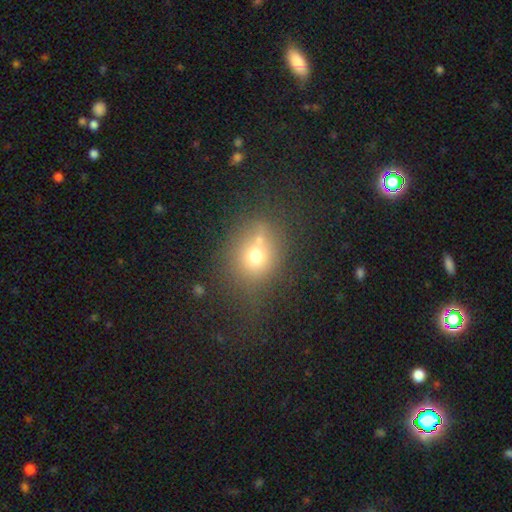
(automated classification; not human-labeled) smooth_or_featured: smooth (p=0.66) [alt: featured or disk p=0.18]
how_rounded: round (p=0.66) [alt: in between p=0.33]
merging: none (p=0.52) [alt: merger p=0.22]